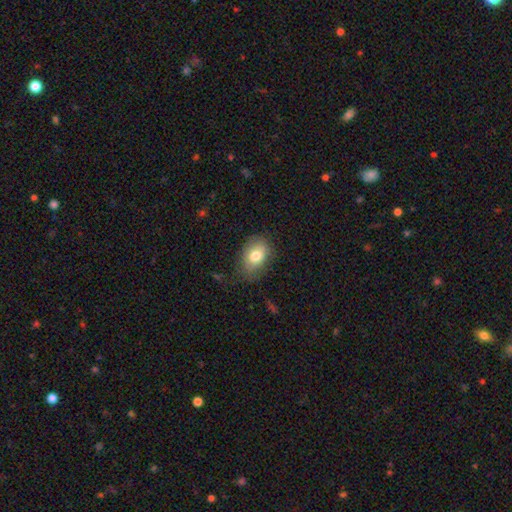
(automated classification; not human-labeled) Smooth or featured? Predicted: smooth (p=0.76). How rounded? Predicted: in between (p=0.78). Merging? Predicted: none (p=0.70).